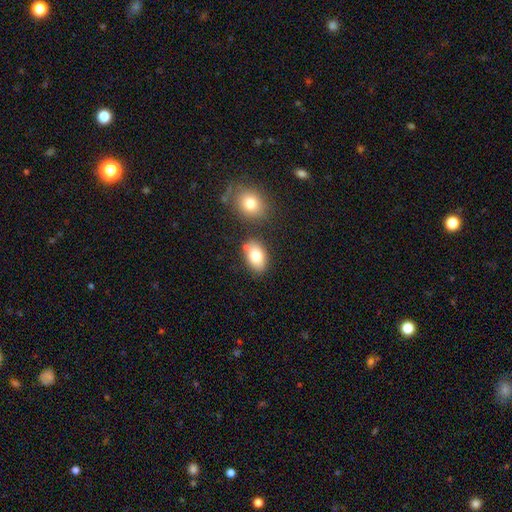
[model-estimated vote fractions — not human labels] smooth 80%, featured or disk 12%, star or artifact 8%. Down the decision tree: how rounded — in between (85%); merging — none (70%).